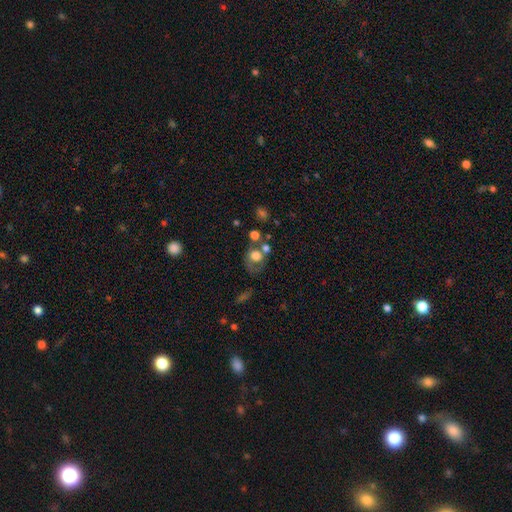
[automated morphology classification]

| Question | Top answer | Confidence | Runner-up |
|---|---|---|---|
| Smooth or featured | smooth | 61% | featured or disk (27%) |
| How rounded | round | 66% | in between (33%) |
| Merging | none | 34% | merger (30%) |